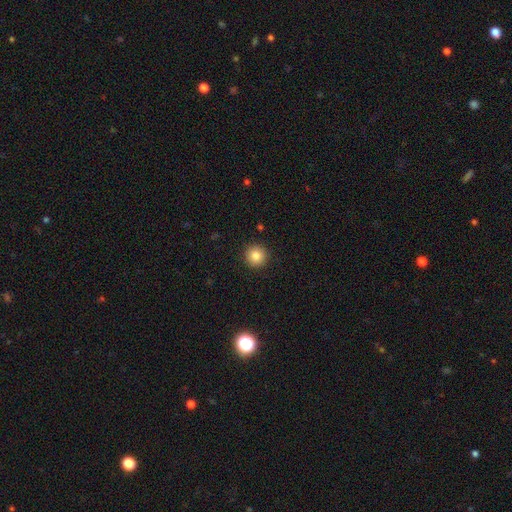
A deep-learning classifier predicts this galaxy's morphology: Smooth or featured? smooth (85%)
How rounded? round (95%)
Merging? none (92%)